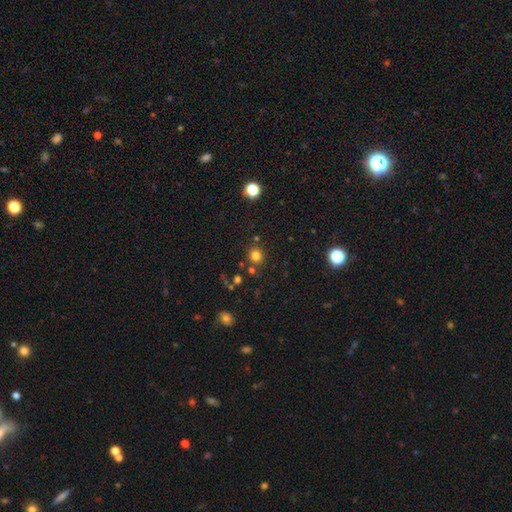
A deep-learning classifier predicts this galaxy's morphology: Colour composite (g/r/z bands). It shows a smooth galaxy with no disk features (78%) that is round (88%). Merging: none (81%).